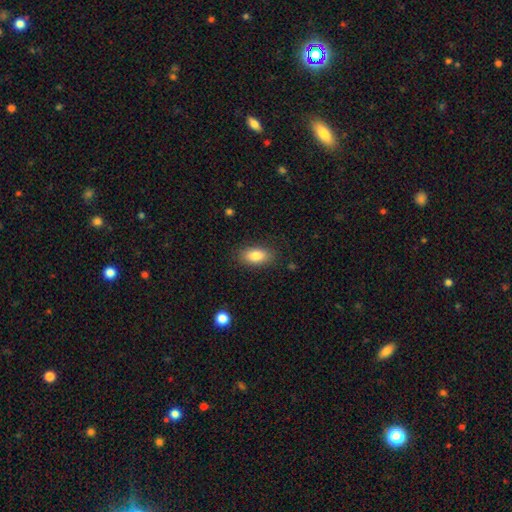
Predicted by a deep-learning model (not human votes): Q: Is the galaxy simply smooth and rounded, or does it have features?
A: smooth — 83%.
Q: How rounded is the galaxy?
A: in between — 89%.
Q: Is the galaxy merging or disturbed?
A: none — 86%.